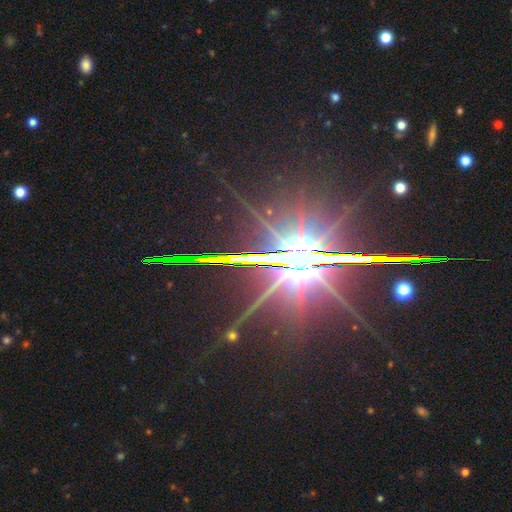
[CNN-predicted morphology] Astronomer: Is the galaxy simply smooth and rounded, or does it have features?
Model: star or artifact — 77%.